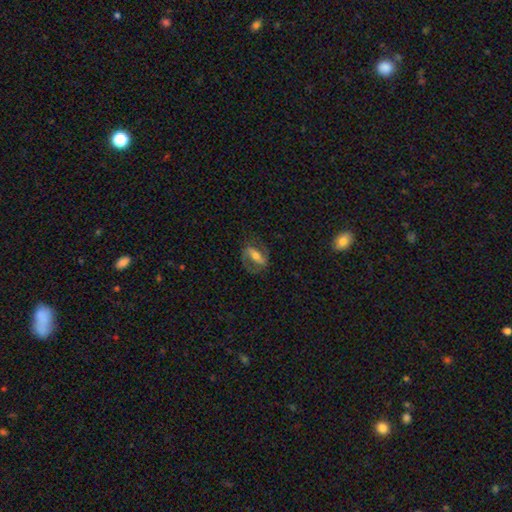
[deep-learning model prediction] A featured or disk galaxy (65%) with a strong bar (56%), spiral arms (76%) and a moderate central bulge (55%). Merging: none (70%).